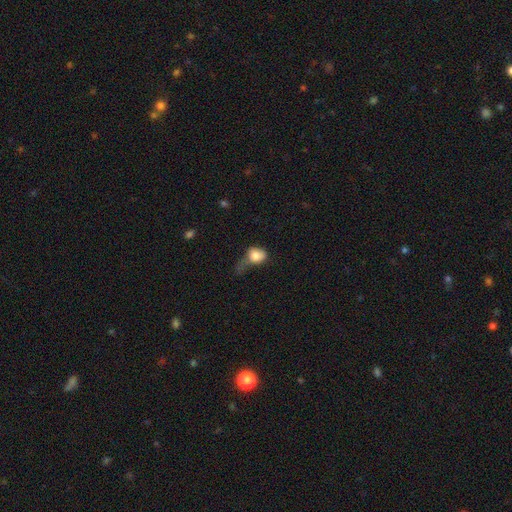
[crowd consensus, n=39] smooth 87%, star or artifact 10%, featured or disk 3%. Down the decision tree: how rounded — in between (59%); merging — major disturbance (54%).